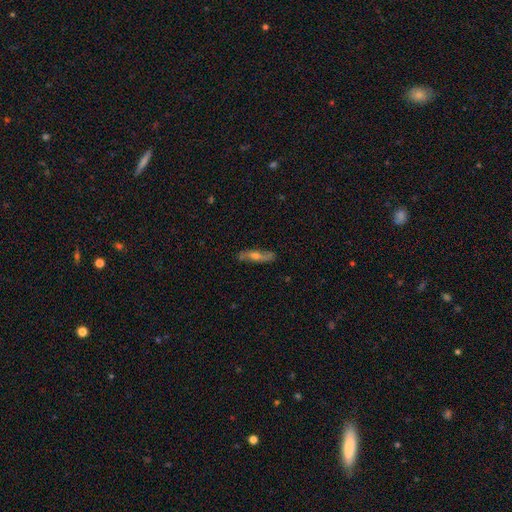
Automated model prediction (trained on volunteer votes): Smooth or featured? Predicted: featured or disk (p=0.59). Edge-on disk? Predicted: no (p=0.52). Merging? Predicted: none (p=0.81).